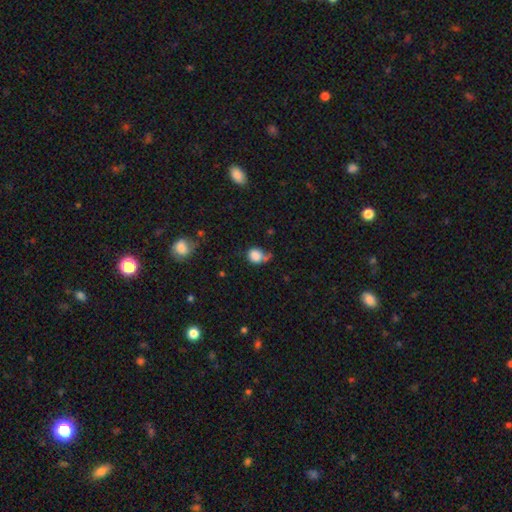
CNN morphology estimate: Smooth or featured?
  - smooth: 83% *
  - star or artifact: 10%
  - featured or disk: 7%
How rounded?
  - round: 75% *
  - in between: 24%
  - cigar-shaped: 1%
Merging?
  - none: 43% *
  - minor disturbance: 28%
  - merger: 15%
  - major disturbance: 14%